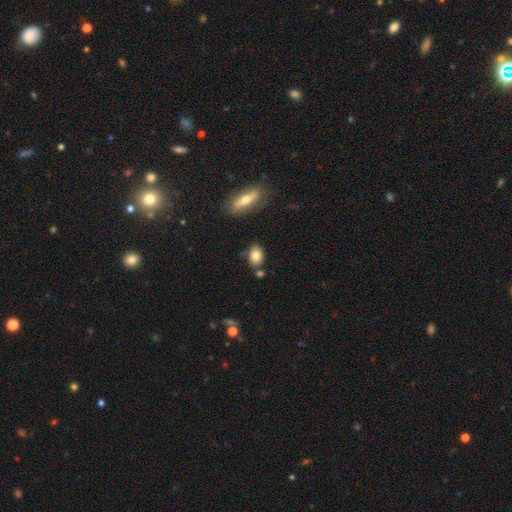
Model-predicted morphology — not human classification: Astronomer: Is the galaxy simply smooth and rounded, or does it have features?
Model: smooth — 80%.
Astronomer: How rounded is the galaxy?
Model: in between — 75%.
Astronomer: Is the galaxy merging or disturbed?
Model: none — 75%.